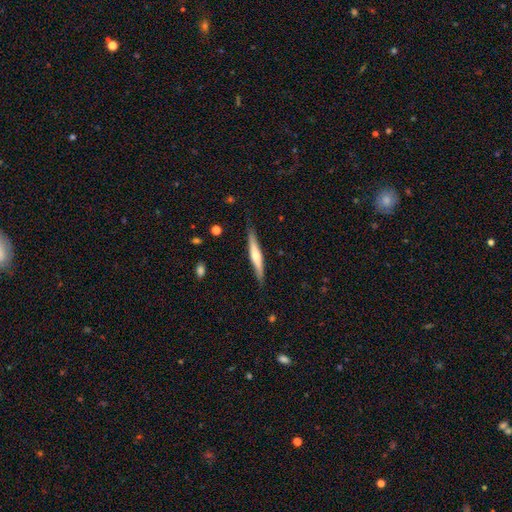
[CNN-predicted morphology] Smooth or featured? featured or disk (51%)
Edge-on disk? yes (94%)
Merging? none (83%)